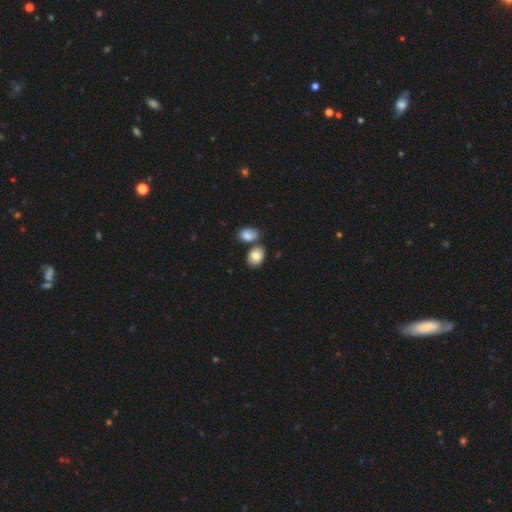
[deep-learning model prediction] This is clearly a smooth galaxy (83%). How rounded: likely in between (71%). Merging: possibly none (57%).